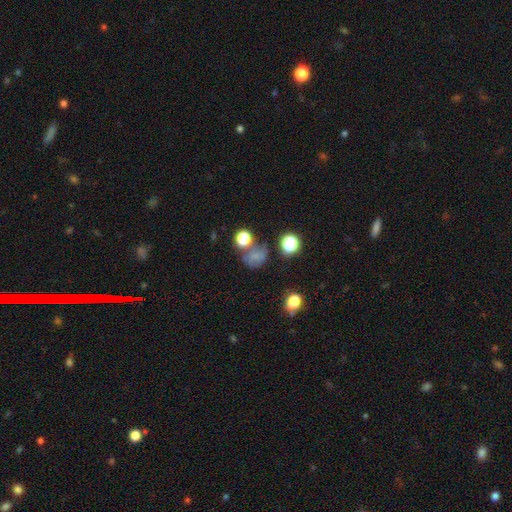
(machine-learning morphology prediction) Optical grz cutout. It shows a smooth galaxy with no disk features (58%) that is round (70%). Merging: none (43%).